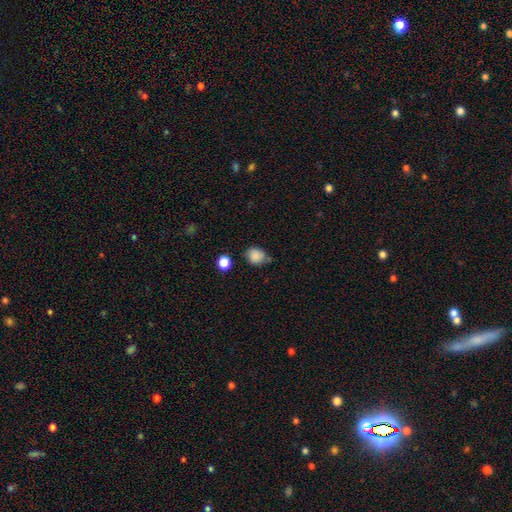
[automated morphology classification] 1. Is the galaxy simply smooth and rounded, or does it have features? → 86% smooth, 10% star or artifact, 4% featured or disk.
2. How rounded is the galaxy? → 70% round, 29% in between, 1% cigar-shaped.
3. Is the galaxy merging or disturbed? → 66% none, 22% minor disturbance, 7% merger, 5% major disturbance.